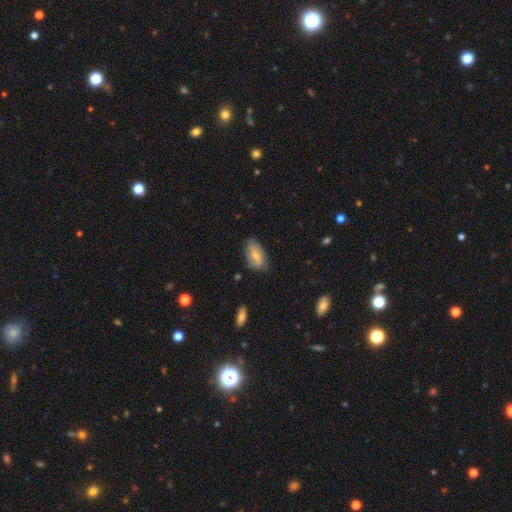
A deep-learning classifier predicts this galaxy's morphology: Smooth or featured?
  - smooth: 67% *
  - featured or disk: 27%
  - star or artifact: 7%
How rounded?
  - in between: 89% *
  - cigar-shaped: 8%
  - round: 3%
Merging?
  - none: 70% *
  - minor disturbance: 24%
  - major disturbance: 5%
  - merger: 2%